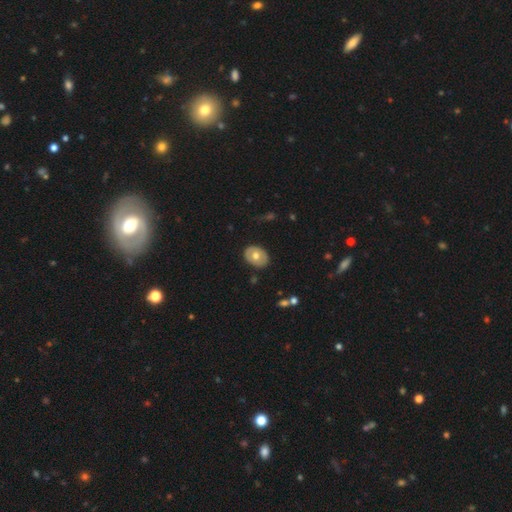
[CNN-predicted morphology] smooth 58%, featured or disk 36%, star or artifact 6%. Down the decision tree: how rounded — in between (67%); merging — none (84%).